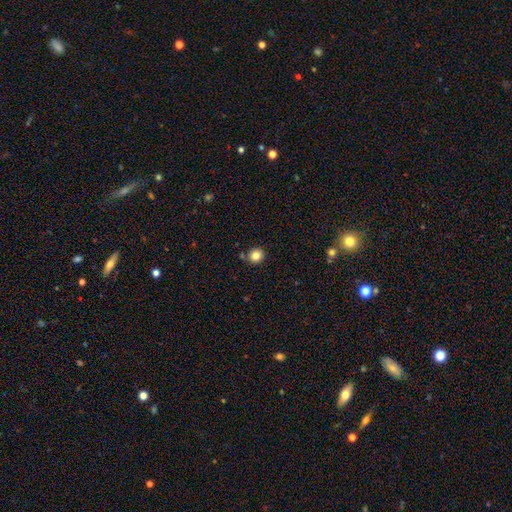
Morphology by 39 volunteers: Volunteers were most divided on "how rounded": round: 75%, in between: 25%, cigar-shaped: 0%. More confident: merging — none (83%); smooth or featured — smooth (82%).